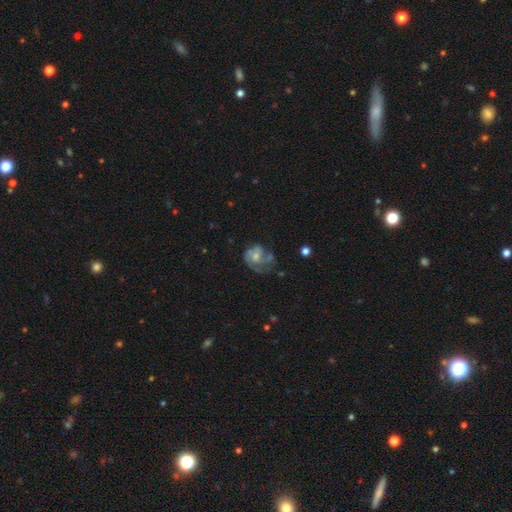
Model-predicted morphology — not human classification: type=featured or disk (69%); edge-on=no (98%); bar=no (71%); spiral arms=yes (80%); winding=medium (41%); arm count=2 (28%, tied with can't tell); bulge=moderate (48%); merging=none (37%).